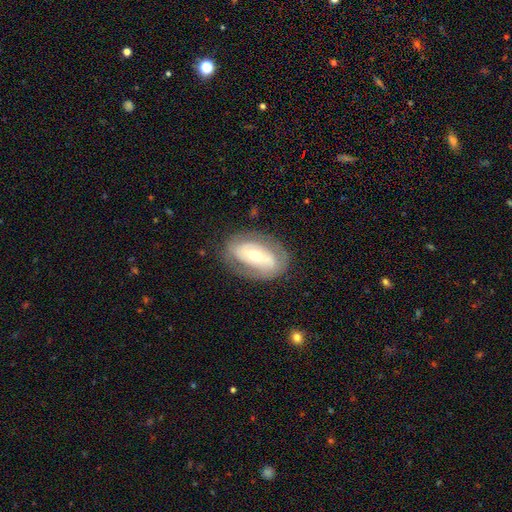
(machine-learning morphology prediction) Smooth or featured?
  - featured or disk: 67% *
  - smooth: 27%
  - star or artifact: 6%
Edge-on disk?
  - no: 91% *
  - yes: 9%
Bar?
  - strong: 37% *
  - no: 35%
  - weak: 29%
Spiral arms?
  - yes: 57% *
  - no: 43%
Bulge size?
  - moderate: 54% *
  - small: 38%
  - large: 6%
  - dominant: 1%
  - none: 1%
Merging?
  - none: 77% *
  - minor disturbance: 15%
  - major disturbance: 7%
  - merger: 1%